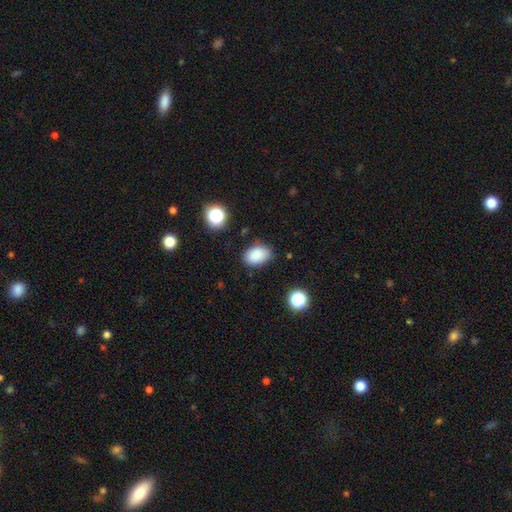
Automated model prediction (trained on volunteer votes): Q: Smooth or featured?
A: smooth (87%); runner-up: star or artifact (9%)
Q: How rounded?
A: in between (87%); runner-up: round (12%)
Q: Merging?
A: none (82%); runner-up: minor disturbance (13%)